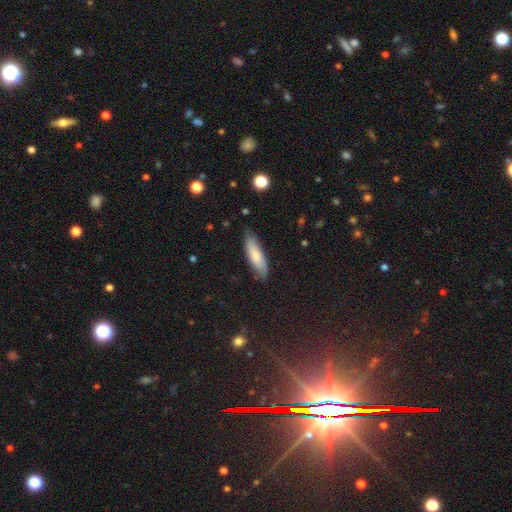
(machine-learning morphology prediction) type=smooth (75%); roundness=cigar-shaped (57%); merging=none (78%).